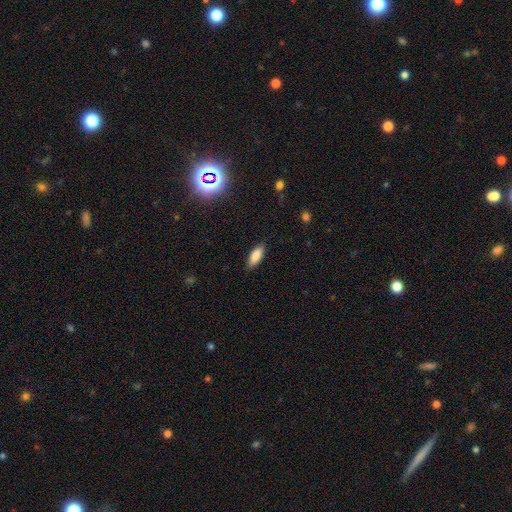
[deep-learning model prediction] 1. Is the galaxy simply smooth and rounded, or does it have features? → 85% smooth, 8% featured or disk, 8% star or artifact.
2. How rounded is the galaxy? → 73% in between, 26% cigar-shaped, 2% round.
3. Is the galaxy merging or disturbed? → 86% none, 10% minor disturbance, 2% major disturbance, 1% merger.